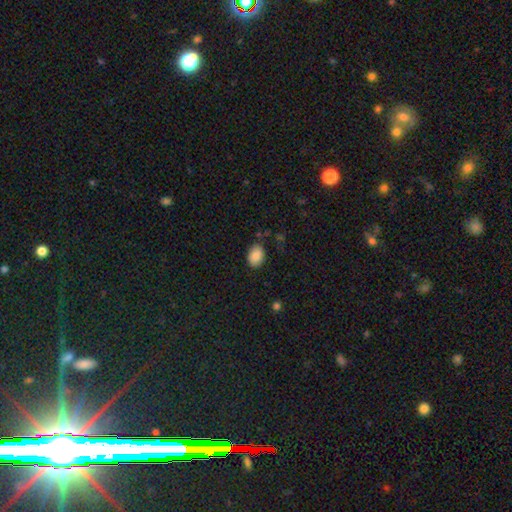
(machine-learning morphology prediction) The model was most divided on "merging": none: 80%, minor disturbance: 15%, major disturbance: 3%, merger: 2%. More confident: smooth or featured — smooth (88%); how rounded — in between (82%).